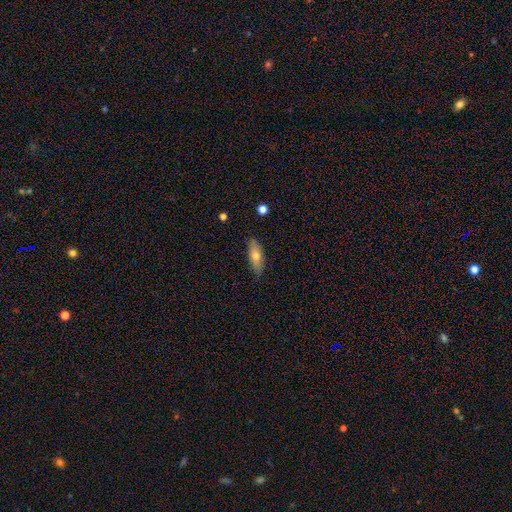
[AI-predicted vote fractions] Smooth or featured? smooth (67%)
How rounded? in between (66%)
Merging? none (82%)